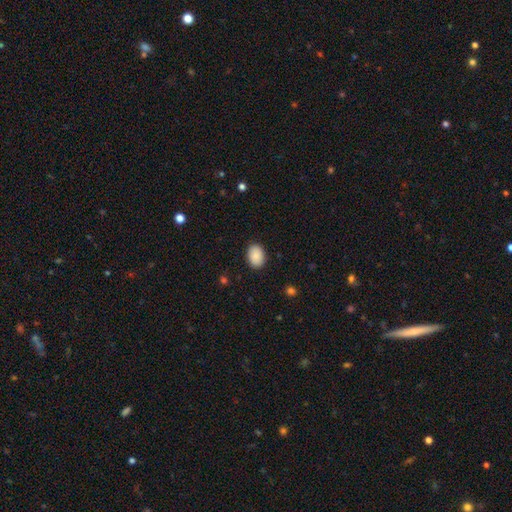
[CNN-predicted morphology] smooth 90%, star or artifact 7%, featured or disk 4%. Down the decision tree: how rounded — in between (81%); merging — none (89%).